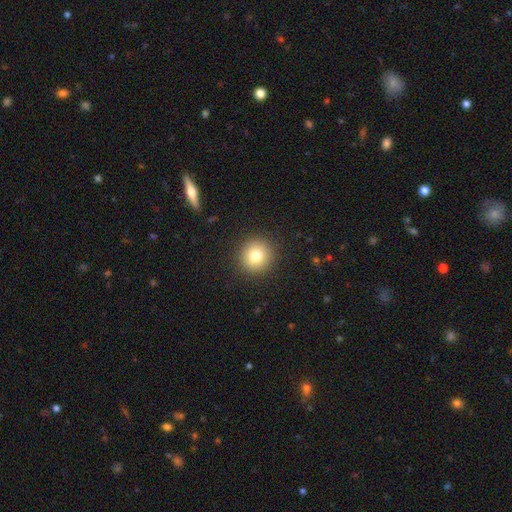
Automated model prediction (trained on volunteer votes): Smooth or featured? Predicted: smooth (p=0.79). How rounded? Predicted: round (p=0.93). Merging? Predicted: none (p=0.91).